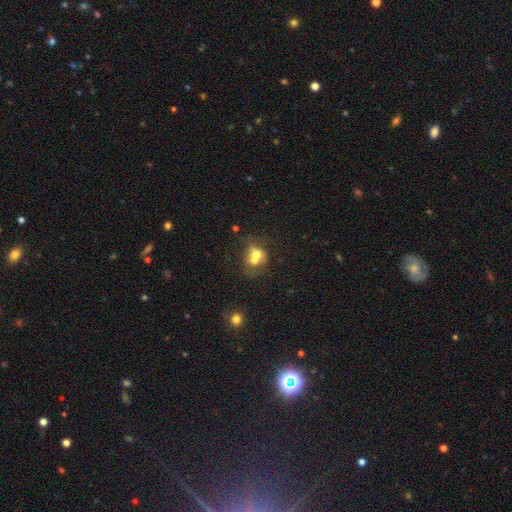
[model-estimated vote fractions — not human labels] Morphology: type=smooth (61%); roundness=round (57%); merging=merger (66%).